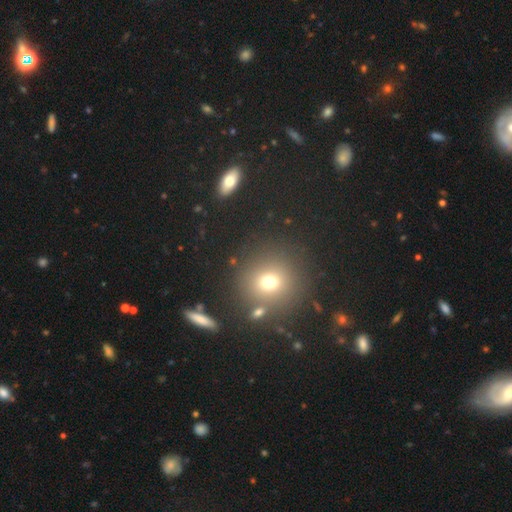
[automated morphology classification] This appears to be a smooth galaxy with no disk features (57%) that is round (90%). Merging: none (84%).